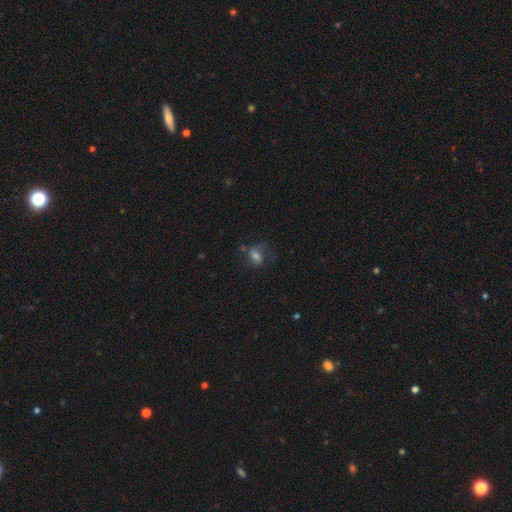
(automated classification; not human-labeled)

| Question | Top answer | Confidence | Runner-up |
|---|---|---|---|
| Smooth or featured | smooth | 50% | featured or disk (36%) |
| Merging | none | 47% | major disturbance (26%) |